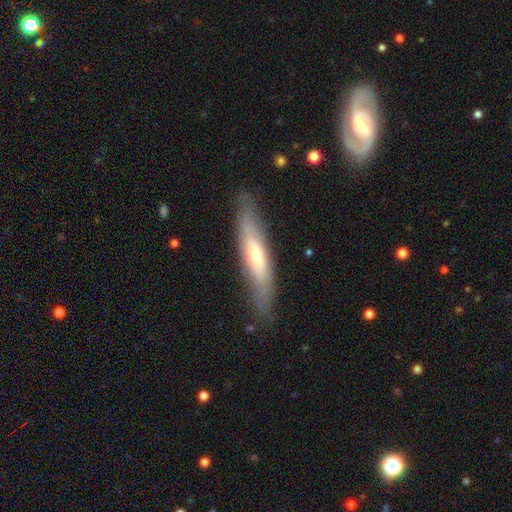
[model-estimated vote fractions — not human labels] Smooth or featured? featured or disk (56%)
Edge-on disk? yes (62%)
Merging? none (81%)